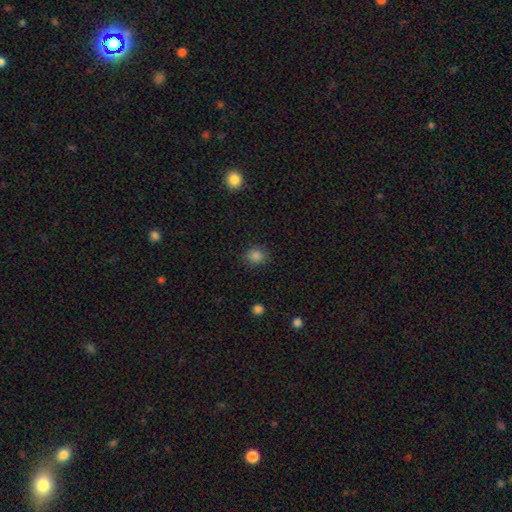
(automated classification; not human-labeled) Overall: smooth (84%). How rounded: round (80%). Merging: none (86%).